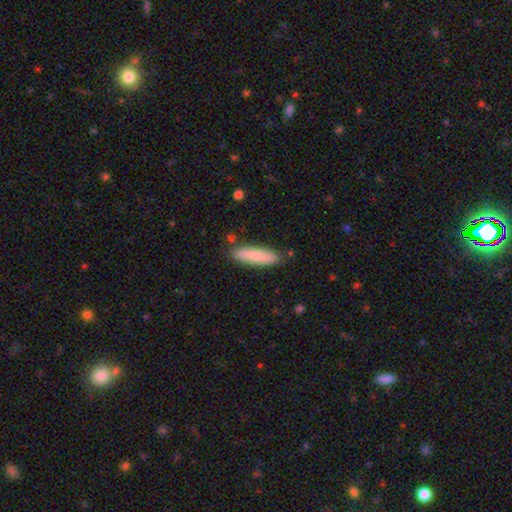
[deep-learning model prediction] smooth_or_featured: smooth (p=0.79) [alt: featured or disk p=0.16]
how_rounded: cigar-shaped (p=0.68) [alt: in between p=0.31]
merging: none (p=0.83) [alt: minor disturbance p=0.12]